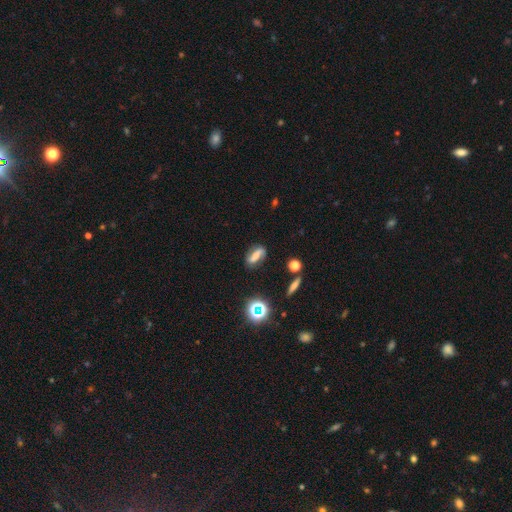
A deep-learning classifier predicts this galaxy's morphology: featured or disk 53%, smooth 34%, star or artifact 13%. Down the decision tree: edge-on disk — no (86%); merging — none (77%).